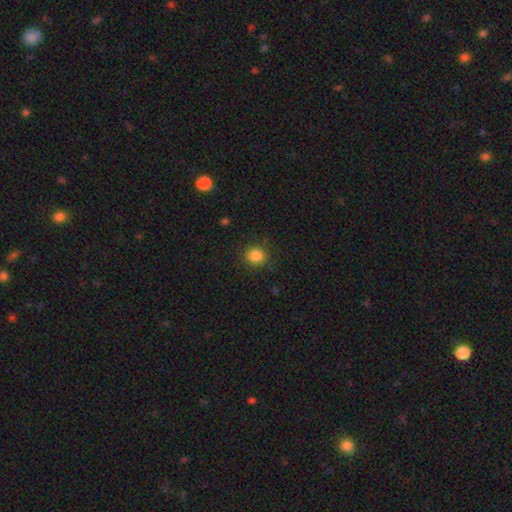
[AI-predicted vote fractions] A smooth galaxy with no disk features (85%) that is round (83%). Merging: none (87%).